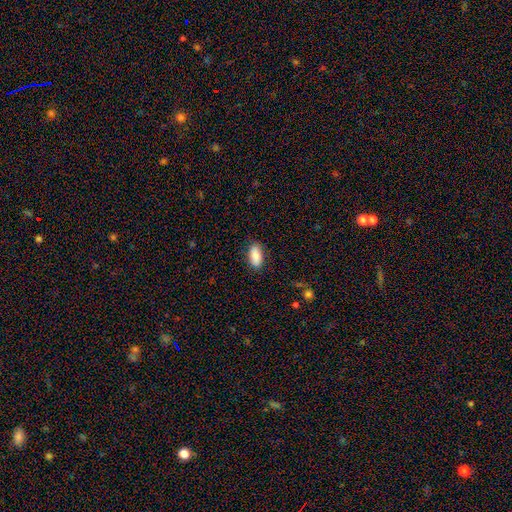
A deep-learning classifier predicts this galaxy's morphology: smooth_or_featured: smooth (p=0.86) [alt: featured or disk p=0.07]
how_rounded: in between (p=0.91) [alt: cigar-shaped p=0.07]
merging: none (p=0.85) [alt: minor disturbance p=0.11]